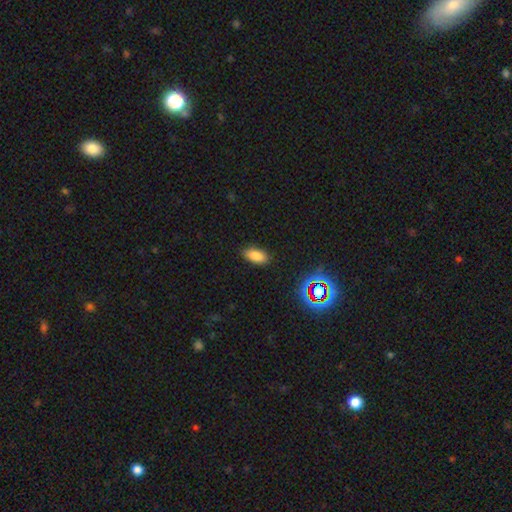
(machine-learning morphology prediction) Smooth or featured: smooth — 81% (star or artifact — 13%)
How rounded: in between — 89% (cigar-shaped — 7%)
Merging: none — 87% (minor disturbance — 10%)